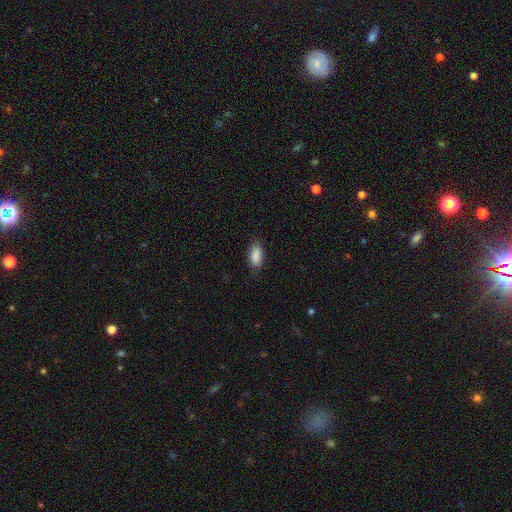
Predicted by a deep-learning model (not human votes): smooth_or_featured: smooth (p=0.89) [alt: star or artifact p=0.07]
how_rounded: in between (p=0.88) [alt: cigar-shaped p=0.10]
merging: none (p=0.83) [alt: minor disturbance p=0.13]